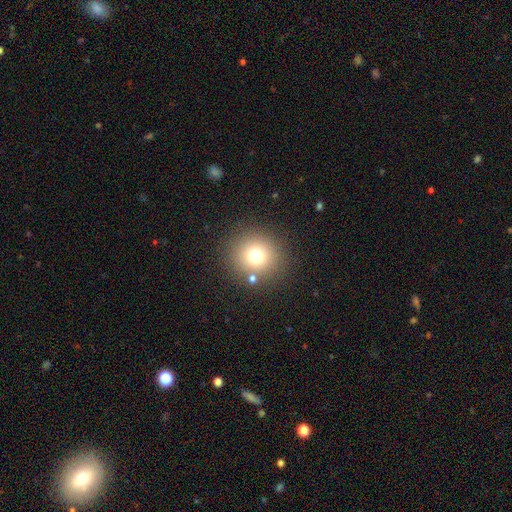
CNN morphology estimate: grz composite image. It shows a smooth galaxy with no disk features (74%) that is round (92%). Merging: none (85%).